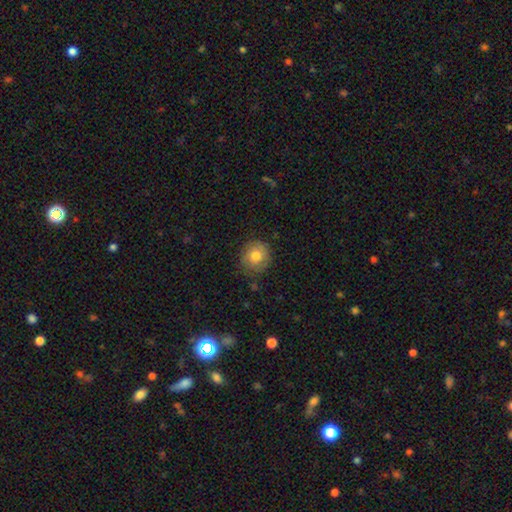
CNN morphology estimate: smooth_or_featured: smooth (p=0.74) [alt: featured or disk p=0.17]
how_rounded: round (p=0.88) [alt: in between p=0.11]
merging: none (p=0.77) [alt: minor disturbance p=0.18]